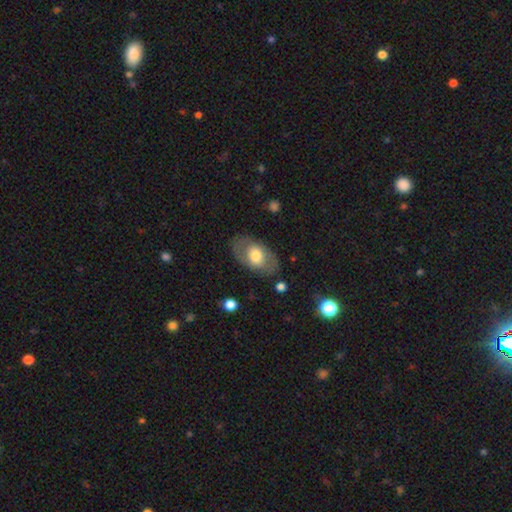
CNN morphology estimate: smooth-or-featured: smooth: 57% | featured or disk: 37% | star or artifact: 6%
  how-rounded: in between: 89% | round: 10% | cigar-shaped: 1%
  merging: none: 78% | minor disturbance: 14% | major disturbance: 7% | merger: 2%